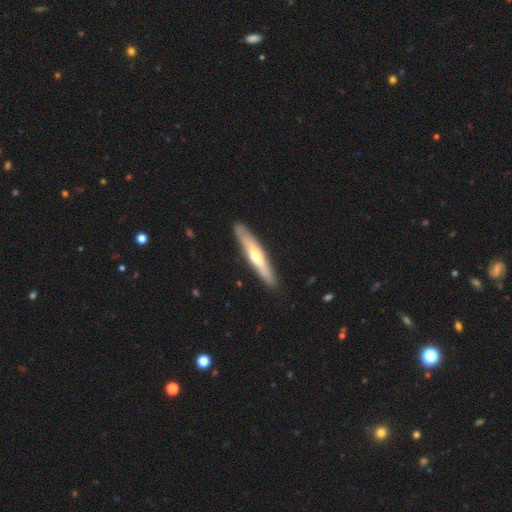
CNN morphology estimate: Overall: featured or disk (49%; smooth 46%). Merging: none (89%).